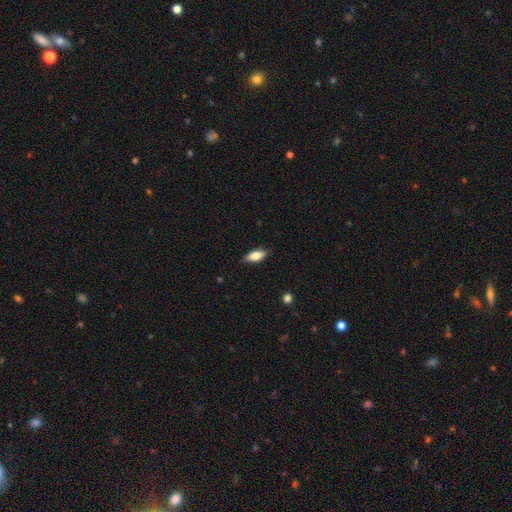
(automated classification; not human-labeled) A smooth galaxy with no disk features (76%) that is in between round and cigar-shaped (81%). Merging: none (84%).